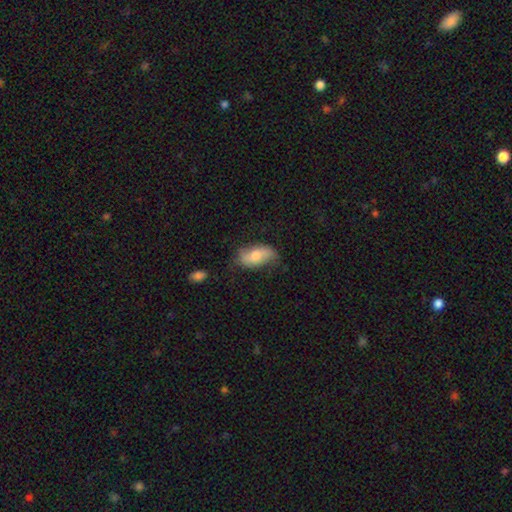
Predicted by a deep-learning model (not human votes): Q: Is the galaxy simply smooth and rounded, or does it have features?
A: smooth — 60%.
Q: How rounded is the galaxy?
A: in between — 91%.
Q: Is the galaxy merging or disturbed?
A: none — 63%.